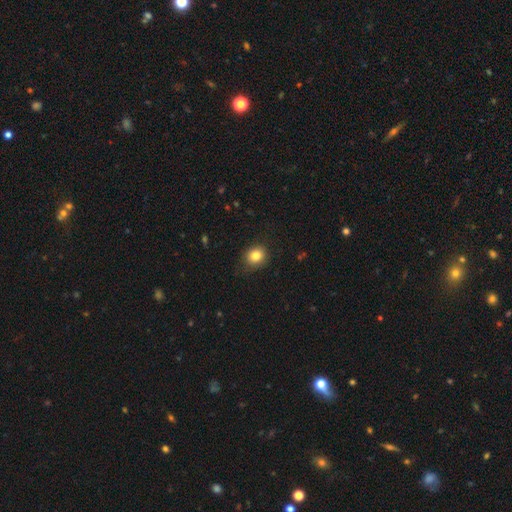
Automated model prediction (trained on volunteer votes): Smooth or featured? Predicted: smooth (p=0.83). How rounded? Predicted: round (p=0.68). Merging? Predicted: none (p=0.82).